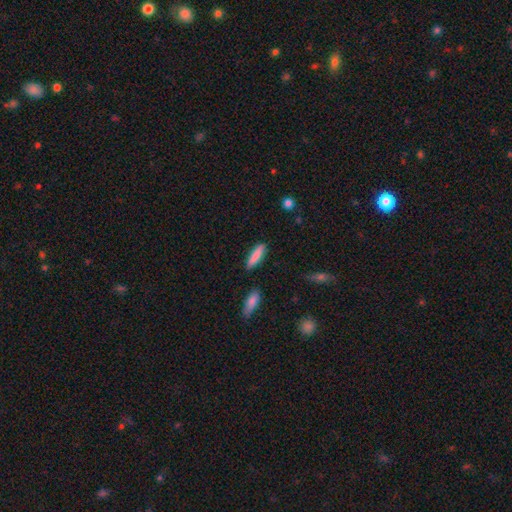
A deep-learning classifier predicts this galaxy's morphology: This appears to be a smooth galaxy with no disk features (83%) that is cigar-shaped (71%). Merging: none (86%).